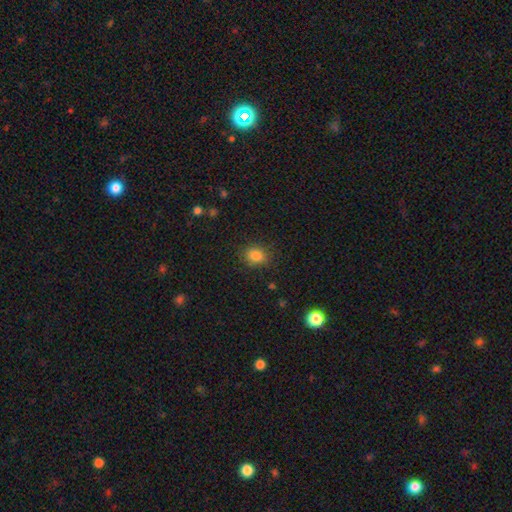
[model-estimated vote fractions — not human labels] This is clearly a smooth galaxy (84%). How rounded: possibly round (58%). Merging: clearly none (85%).